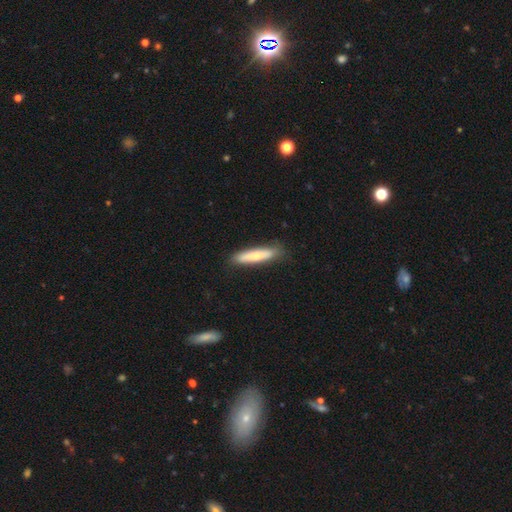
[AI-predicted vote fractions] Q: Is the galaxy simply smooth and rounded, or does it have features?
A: smooth — 71%.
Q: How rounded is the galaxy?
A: cigar-shaped — 86%.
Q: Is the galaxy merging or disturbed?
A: none — 84%.